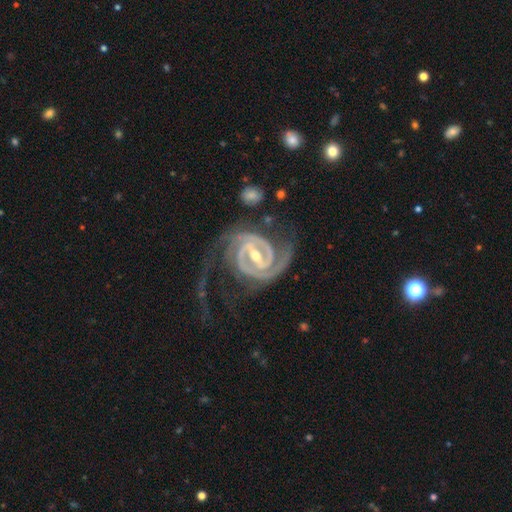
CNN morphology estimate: smooth-or-featured: featured or disk: 94% | star or artifact: 3% | smooth: 2%
  disk-edge-on: no: 98% | yes: 2%
    bar: strong: 63% | weak: 29% | no: 7%
    has-spiral-arms: yes: 99% | no: 1%
      spiral-winding: tight: 68% | medium: 27% | loose: 5%
      spiral-arm-count: 2: 78% | 3: 10% | can't tell: 4% | 4: 3% | 1: 3% | more than 4: 3%
    bulge-size: moderate: 55% | small: 41% | large: 2% | none: 1% | dominant: 1%
  merging: none: 57% | major disturbance: 20% | minor disturbance: 19% | merger: 4%